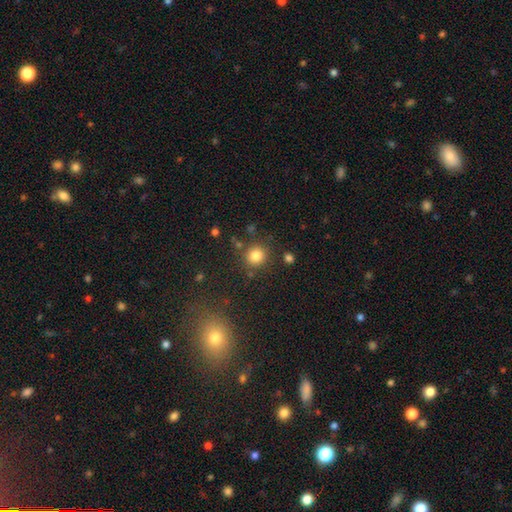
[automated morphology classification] smooth_or_featured: smooth (p=0.82) [alt: star or artifact p=0.12]
how_rounded: round (p=0.88) [alt: in between p=0.11]
merging: none (p=0.82) [alt: minor disturbance p=0.09]